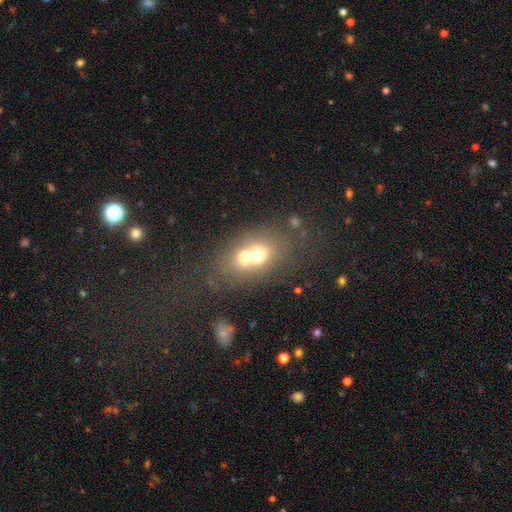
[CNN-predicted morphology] smooth 57%, featured or disk 30%, star or artifact 13%. Down the decision tree: how rounded — in between (63%); merging — merger (62%).